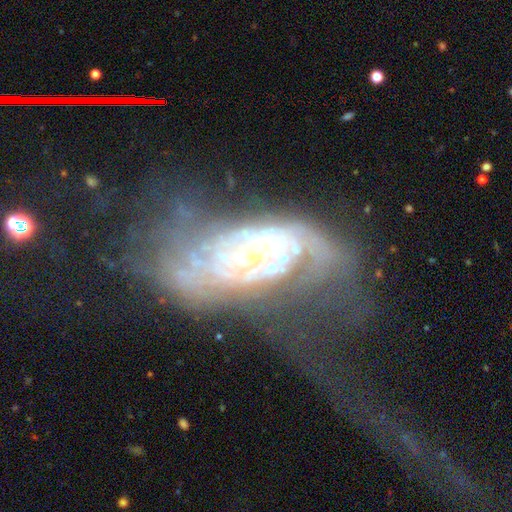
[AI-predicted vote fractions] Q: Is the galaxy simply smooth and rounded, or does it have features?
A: featured or disk — 81%.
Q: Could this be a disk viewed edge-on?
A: no — 94%.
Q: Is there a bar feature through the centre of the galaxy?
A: no — 64%.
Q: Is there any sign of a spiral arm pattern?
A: yes — 83%.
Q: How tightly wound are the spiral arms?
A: tight — 52%.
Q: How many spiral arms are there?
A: can't tell — 40%.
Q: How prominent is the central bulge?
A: small — 65%.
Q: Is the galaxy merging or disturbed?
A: major disturbance — 51%.